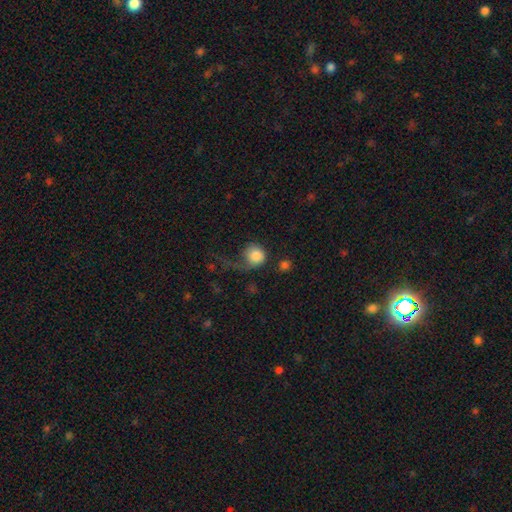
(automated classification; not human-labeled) Smooth or featured?
  - smooth: 81% *
  - featured or disk: 11%
  - star or artifact: 8%
How rounded?
  - round: 87% *
  - in between: 12%
  - cigar-shaped: 1%
Merging?
  - major disturbance: 43% *
  - none: 32%
  - minor disturbance: 19%
  - merger: 6%